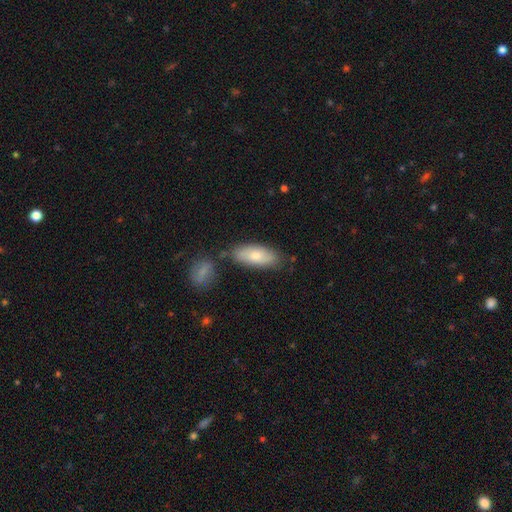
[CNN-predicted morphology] This appears to be a smooth galaxy with no disk features (73%) that is in between round and cigar-shaped (80%). Merging: none (71%).